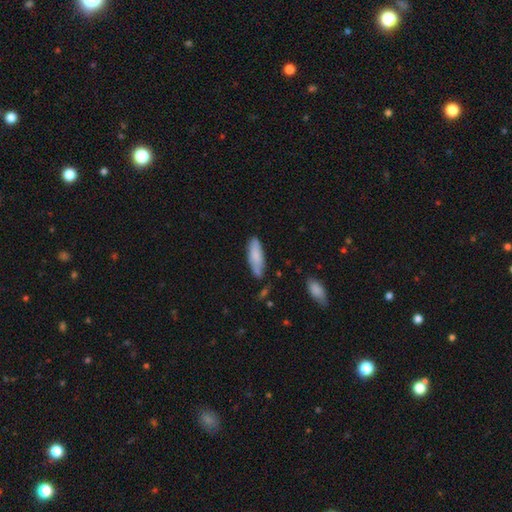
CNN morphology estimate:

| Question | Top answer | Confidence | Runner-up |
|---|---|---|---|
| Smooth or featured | smooth | 79% | featured or disk (15%) |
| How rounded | in between | 58% | cigar-shaped (40%) |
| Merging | none | 67% | minor disturbance (24%) |